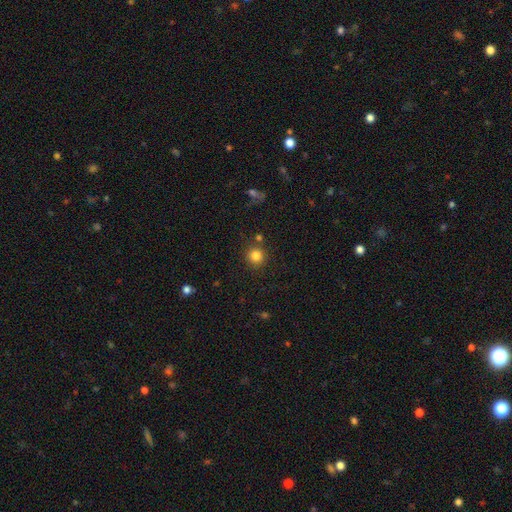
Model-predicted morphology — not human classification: Q: Smooth or featured?
A: smooth (82%); runner-up: star or artifact (13%)
Q: How rounded?
A: round (93%); runner-up: in between (7%)
Q: Merging?
A: none (84%); runner-up: minor disturbance (8%)